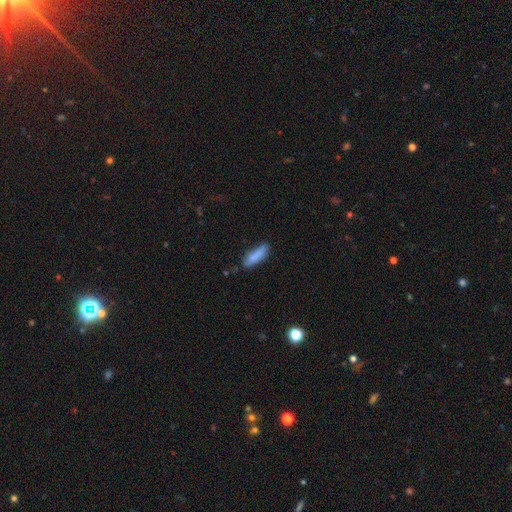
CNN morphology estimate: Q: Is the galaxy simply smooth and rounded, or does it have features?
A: smooth — 84%.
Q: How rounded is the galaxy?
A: cigar-shaped — 55%.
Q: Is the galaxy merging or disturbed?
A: none — 72%.